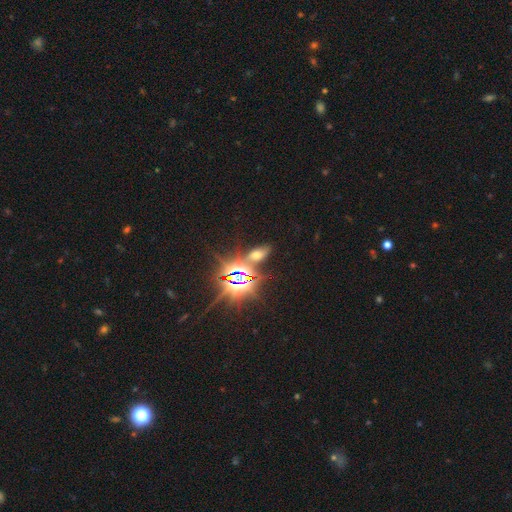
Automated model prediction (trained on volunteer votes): This appears to be a star or artifact, not a galaxy (59%).